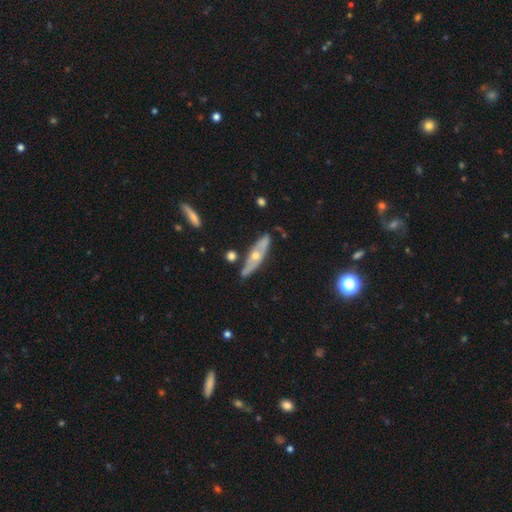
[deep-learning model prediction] Smooth or featured? featured or disk (65%)
Edge-on disk? yes (60%)
Merging? none (80%)